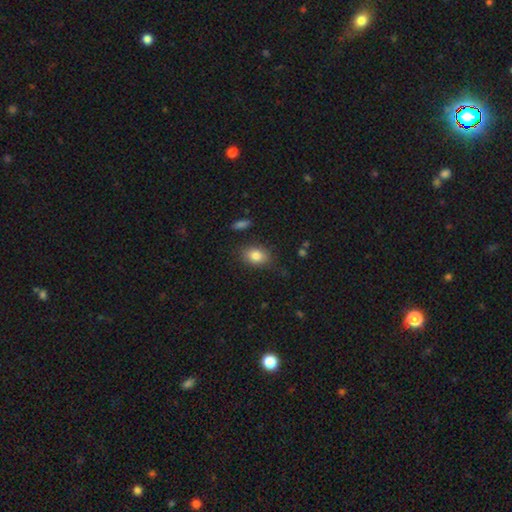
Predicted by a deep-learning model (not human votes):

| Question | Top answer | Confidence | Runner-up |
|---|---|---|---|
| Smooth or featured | smooth | 82% | featured or disk (9%) |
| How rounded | in between | 72% | round (26%) |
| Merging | none | 80% | minor disturbance (14%) |